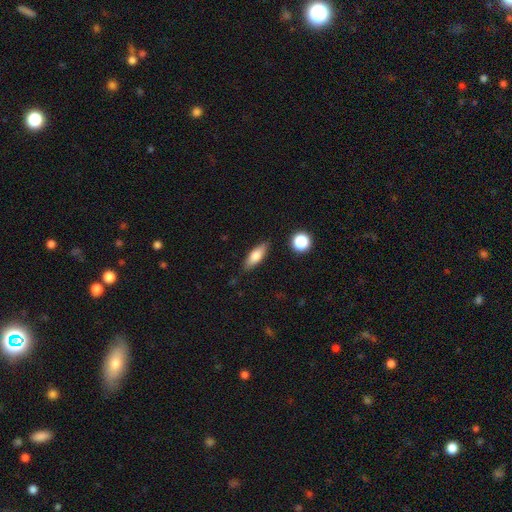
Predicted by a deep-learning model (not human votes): smooth-or-featured: smooth: 74% | featured or disk: 18% | star or artifact: 7%
  how-rounded: in between: 65% | cigar-shaped: 32% | round: 4%
  merging: none: 83% | minor disturbance: 12% | major disturbance: 3% | merger: 2%